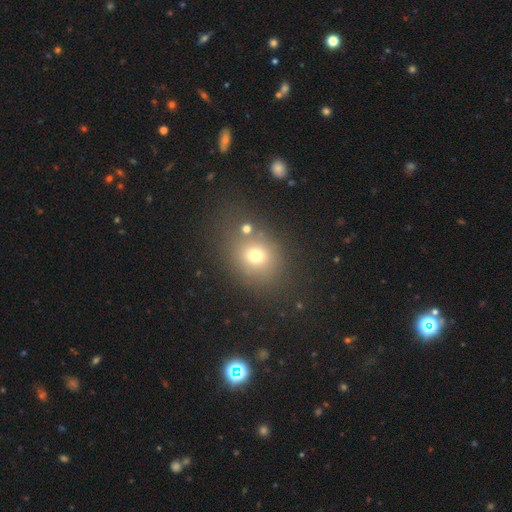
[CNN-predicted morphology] smooth_or_featured: smooth (p=0.69) [alt: star or artifact p=0.19]
how_rounded: round (p=0.66) [alt: in between p=0.33]
merging: none (p=0.71) [alt: minor disturbance p=0.13]